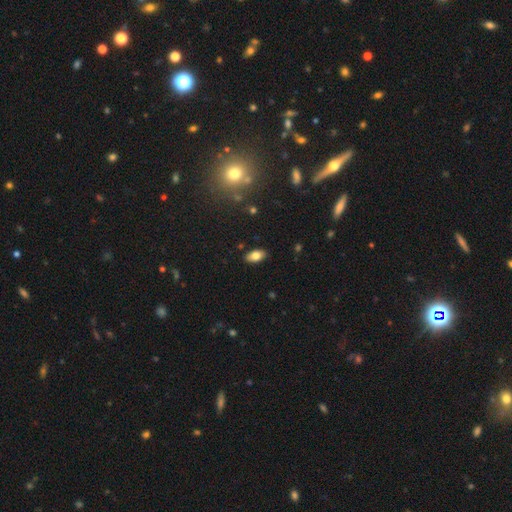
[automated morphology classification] smooth-or-featured: smooth: 79% | featured or disk: 12% | star or artifact: 9%
  how-rounded: in between: 93% | round: 4% | cigar-shaped: 3%
  merging: none: 88% | minor disturbance: 9% | major disturbance: 2% | merger: 1%